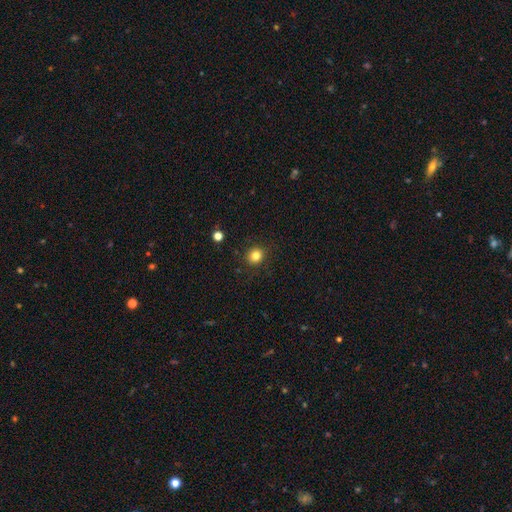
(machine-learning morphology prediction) A smooth galaxy with no disk features (82%) that is round (87%). Merging: none (89%).